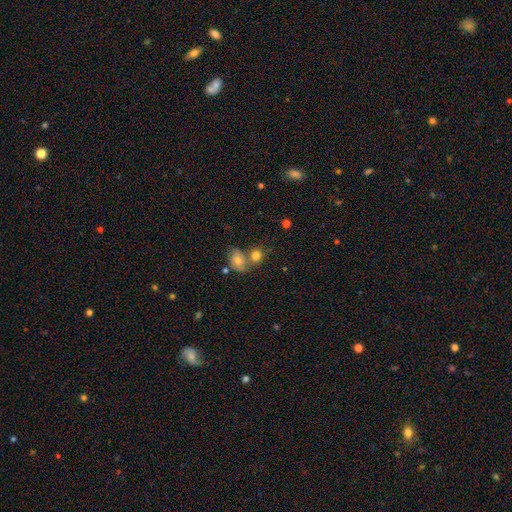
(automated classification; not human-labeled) smooth-or-featured: smooth: 73% | featured or disk: 15% | star or artifact: 12%
  how-rounded: round: 69% | in between: 29% | cigar-shaped: 2%
  merging: none: 47% | merger: 37% | minor disturbance: 11% | major disturbance: 5%